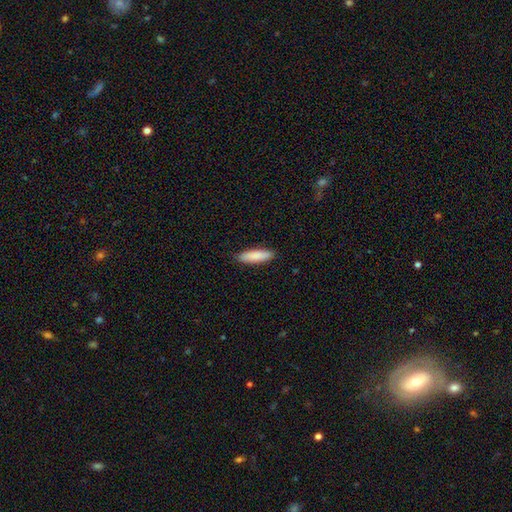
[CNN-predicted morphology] smooth 88%, featured or disk 7%, star or artifact 5%. Down the decision tree: how rounded — cigar-shaped (69%); merging — none (90%).